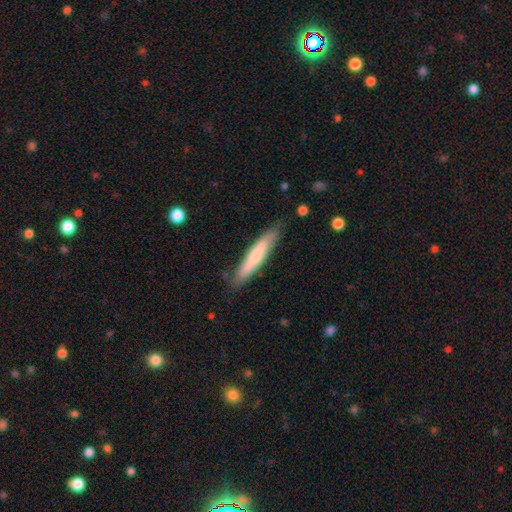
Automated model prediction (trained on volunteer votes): This is likely a smooth galaxy (67%). How rounded: clearly cigar-shaped (90%). Merging: clearly none (84%).